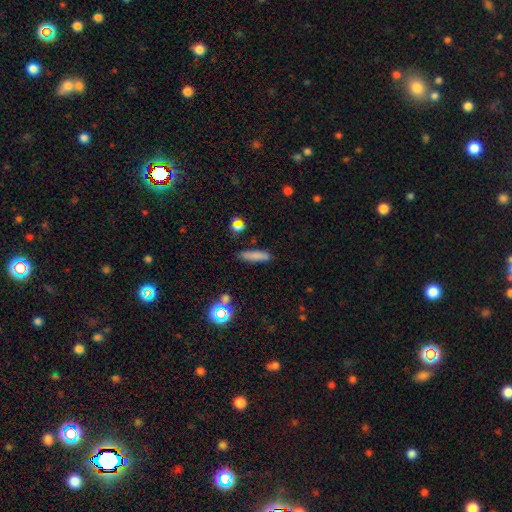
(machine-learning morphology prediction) smooth_or_featured: smooth (p=0.78) [alt: featured or disk p=0.11]
how_rounded: cigar-shaped (p=0.79) [alt: in between p=0.18]
merging: none (p=0.84) [alt: minor disturbance p=0.10]